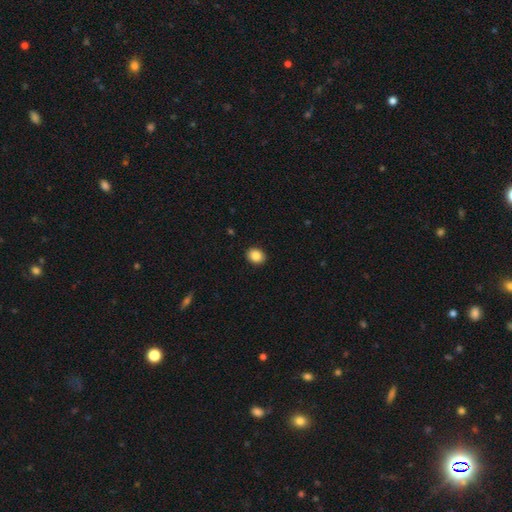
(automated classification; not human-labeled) Smooth or featured? Predicted: smooth (p=0.87). How rounded? Predicted: round (p=0.51). Merging? Predicted: none (p=0.91).